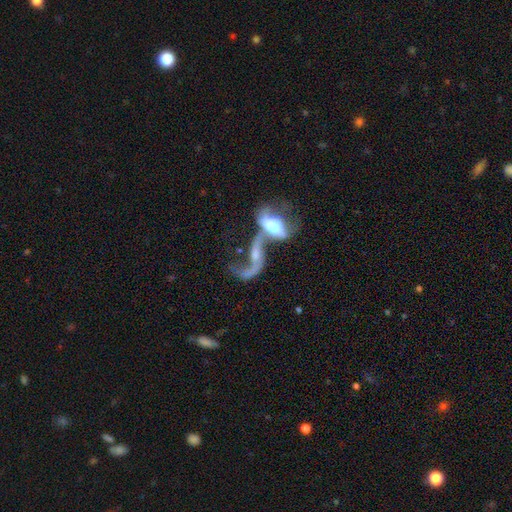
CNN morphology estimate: A featured or disk galaxy (72%) with no bar (52%), spiral arms (72%) and a moderate central bulge (42%). Merging: merger (72%).